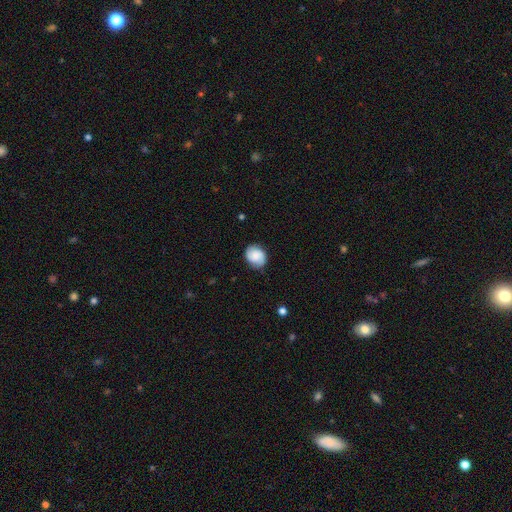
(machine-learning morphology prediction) Smooth or featured: smooth — 59% (featured or disk — 32%)
How rounded: round — 59% (in between — 40%)
Merging: none — 80% (minor disturbance — 15%)